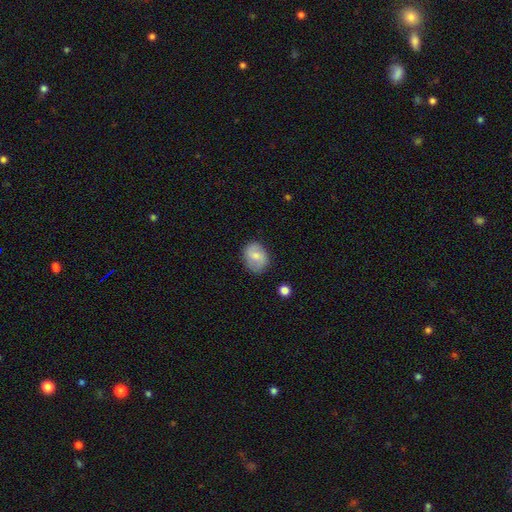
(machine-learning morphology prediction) Overall: smooth (65%; featured or disk 28%). How rounded: in between (61%; round 38%). Merging: none (78%).